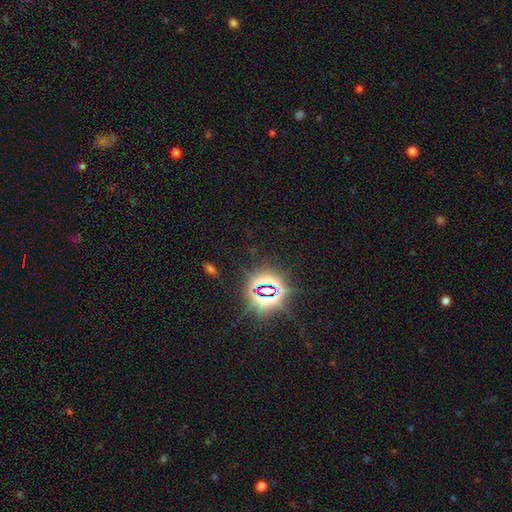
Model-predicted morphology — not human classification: A star or artifact, not a galaxy (83%).

Vote fractions:
- Smooth or featured? star or artifact: 83% / smooth: 10% / featured or disk: 8%